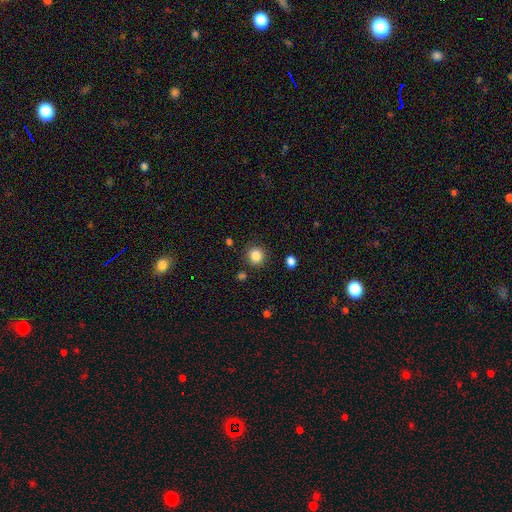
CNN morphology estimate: smooth 85%, star or artifact 11%, featured or disk 4%. Down the decision tree: how rounded — round (90%); merging — none (87%).